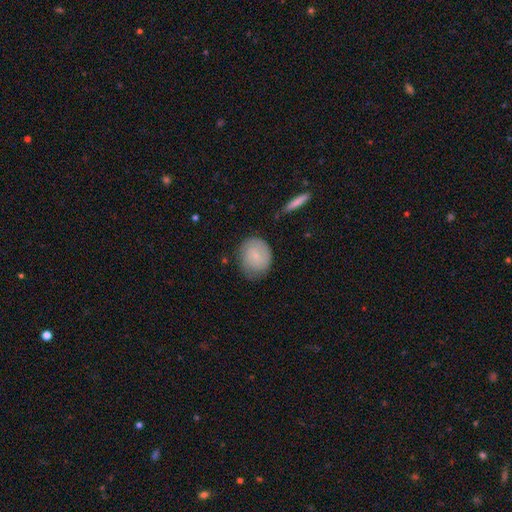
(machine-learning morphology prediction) A smooth galaxy with no disk features (64%) that is round (64%). Merging: none (69%).